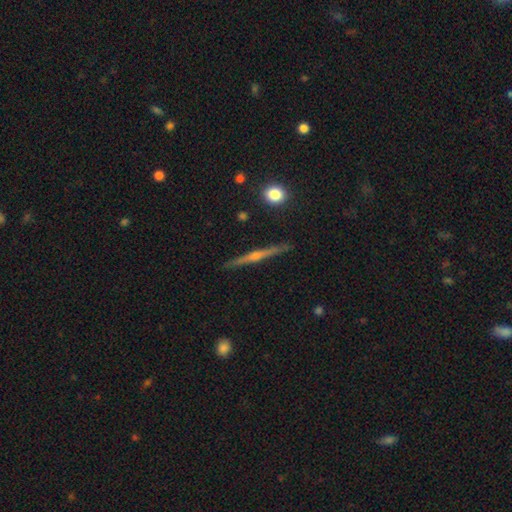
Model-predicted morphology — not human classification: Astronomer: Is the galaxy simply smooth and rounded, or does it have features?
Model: featured or disk — 76%.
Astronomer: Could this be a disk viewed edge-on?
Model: yes — 98%.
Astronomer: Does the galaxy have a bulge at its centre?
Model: rounded — 79%.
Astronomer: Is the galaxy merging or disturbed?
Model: none — 90%.